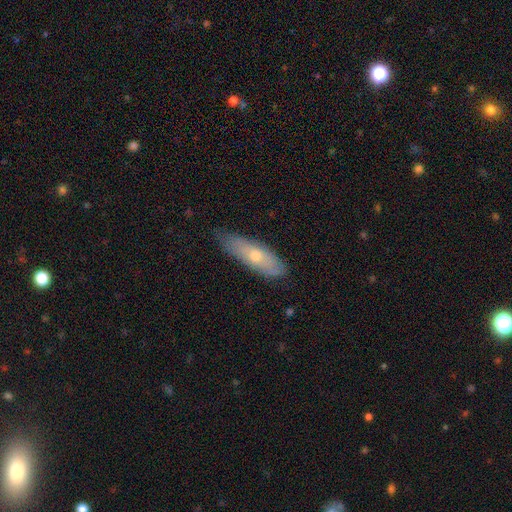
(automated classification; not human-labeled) The model was most divided on "how rounded": in between: 54%, cigar-shaped: 43%, round: 2%. More confident: merging — none (68%); smooth or featured — smooth (59%).